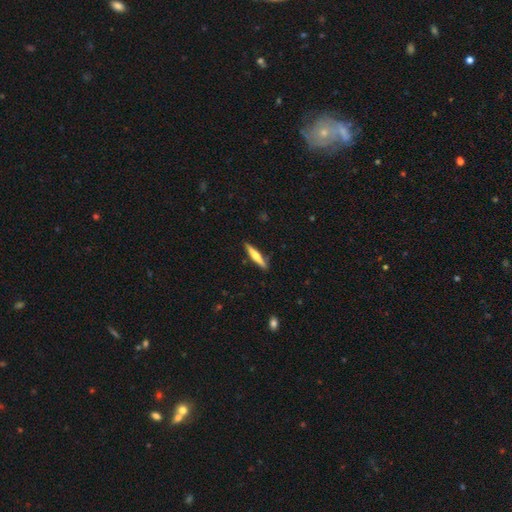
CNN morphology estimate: The model was most divided on "smooth or featured": smooth: 48%, featured or disk: 47%, star or artifact: 5%. More confident: merging — none (89%).